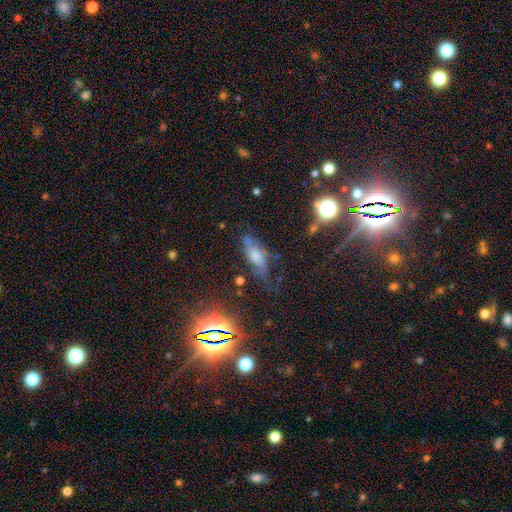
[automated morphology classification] The model was most divided on "smooth or featured": smooth: 41%, featured or disk: 39%, star or artifact: 20%. More confident: merging — none (51%).